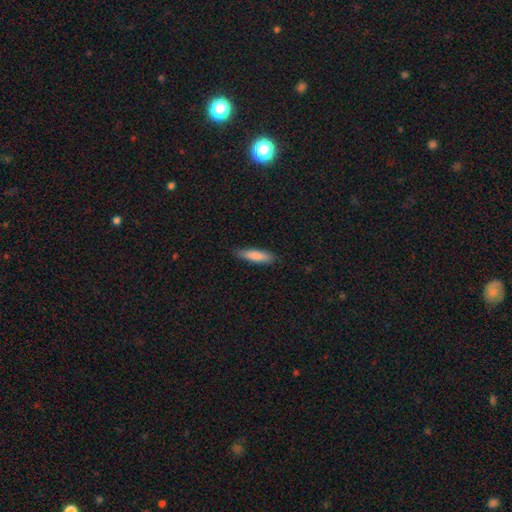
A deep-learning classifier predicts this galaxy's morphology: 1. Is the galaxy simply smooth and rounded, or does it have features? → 83% smooth, 11% featured or disk, 6% star or artifact.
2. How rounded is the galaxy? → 73% cigar-shaped, 25% in between, 1% round.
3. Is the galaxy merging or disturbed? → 84% none, 12% minor disturbance, 2% major disturbance, 1% merger.